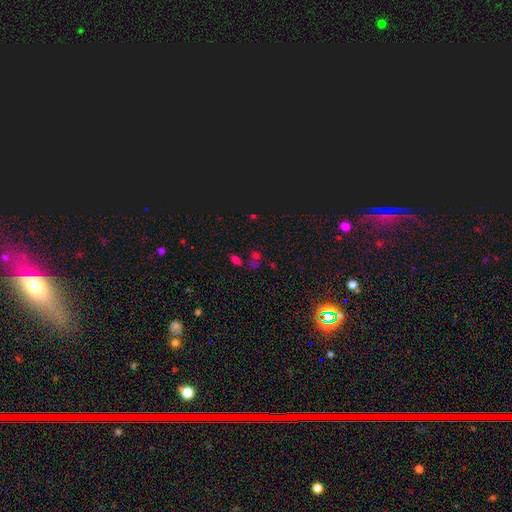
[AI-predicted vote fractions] Overall: star or artifact (45%; smooth 43%).